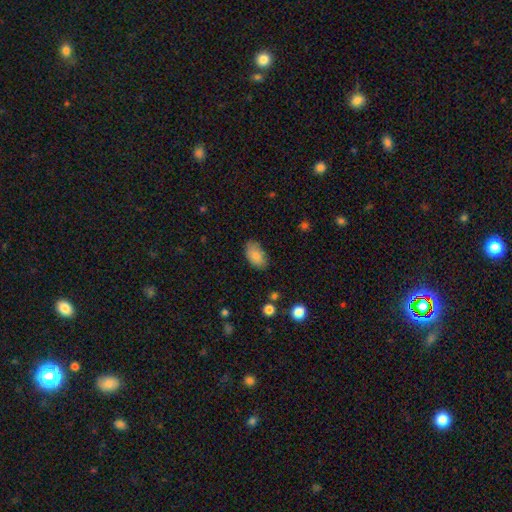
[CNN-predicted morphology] type=smooth (85%); roundness=in between (93%); merging=none (80%).